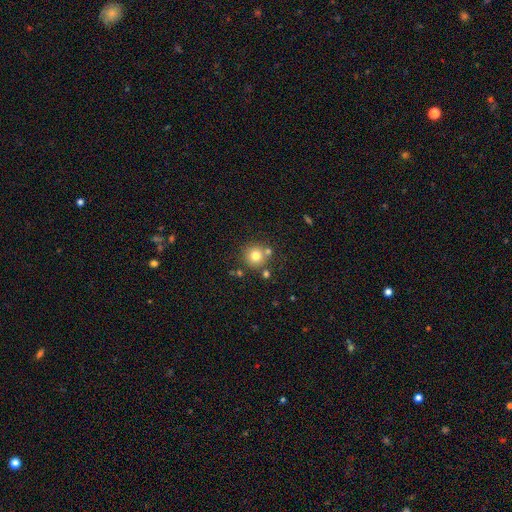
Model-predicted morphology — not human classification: Smooth or featured: smooth — 76% (star or artifact — 13%)
How rounded: round — 93% (in between — 6%)
Merging: none — 72% (merger — 15%)